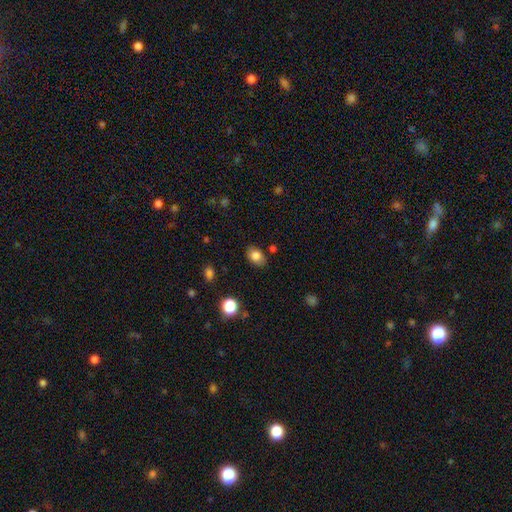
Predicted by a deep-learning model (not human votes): Overall: smooth (83%). How rounded: in between (79%). Merging: none (83%).